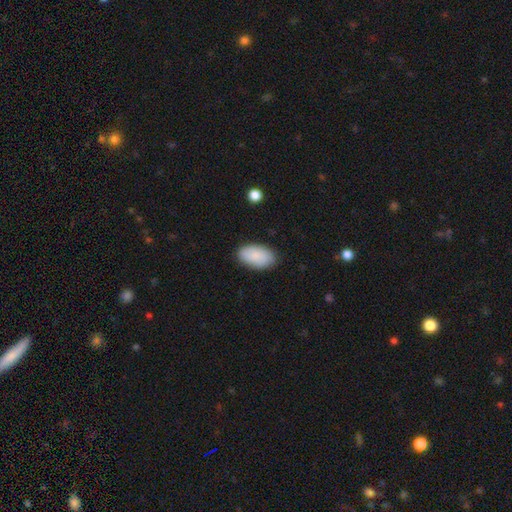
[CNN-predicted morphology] type=smooth (87%); roundness=in between (95%); merging=none (85%).